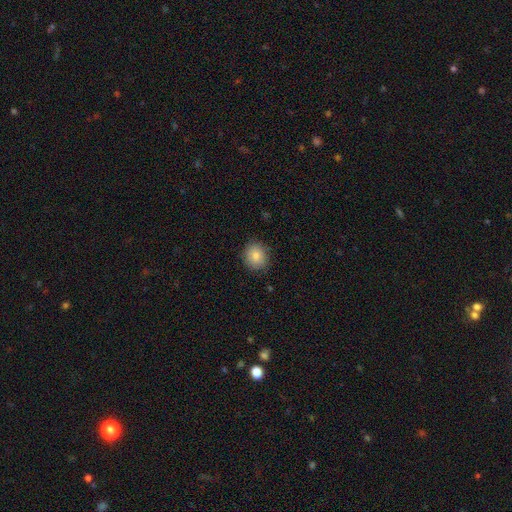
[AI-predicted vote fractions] Q: Smooth or featured?
A: smooth (85%); runner-up: star or artifact (9%)
Q: How rounded?
A: round (79%); runner-up: in between (20%)
Q: Merging?
A: none (86%); runner-up: minor disturbance (10%)